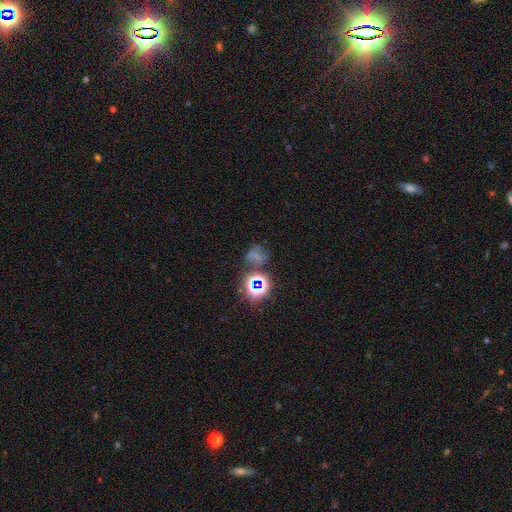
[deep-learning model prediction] star or artifact 45%, smooth 38%, featured or disk 16%.